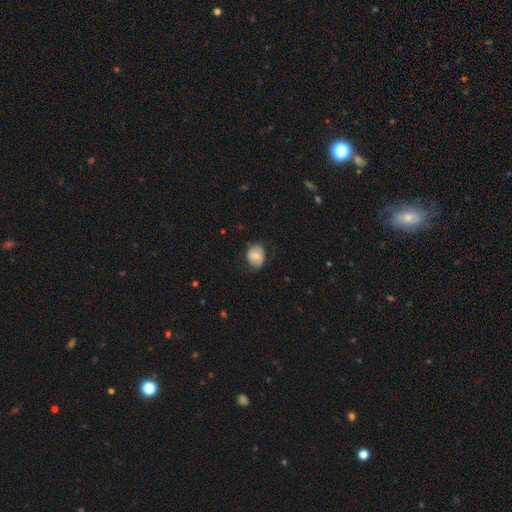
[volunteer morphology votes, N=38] Q: Smooth or featured?
A: smooth (71%); runner-up: featured or disk (21%)
Q: How rounded?
A: in between (52%); runner-up: round (48%)
Q: Merging?
A: none (86%); runner-up: minor disturbance (11%)